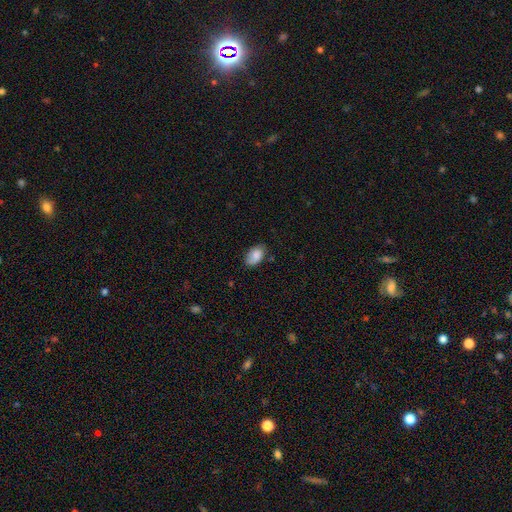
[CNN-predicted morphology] The model was most divided on "merging": none: 70%, minor disturbance: 23%, major disturbance: 5%, merger: 2%. More confident: how rounded — in between (92%); smooth or featured — smooth (80%).